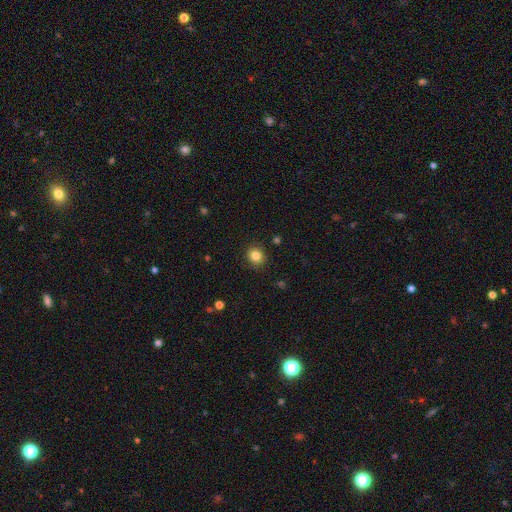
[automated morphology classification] Smooth or featured? Predicted: smooth (p=0.83). How rounded? Predicted: round (p=0.83). Merging? Predicted: none (p=0.90).